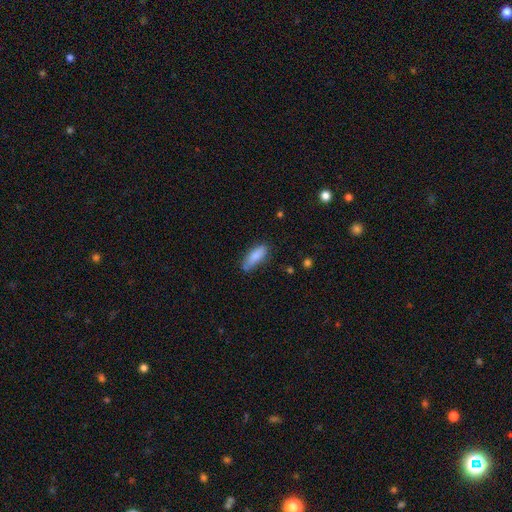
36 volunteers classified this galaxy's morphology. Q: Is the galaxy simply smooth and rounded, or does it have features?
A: smooth — 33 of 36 (92%).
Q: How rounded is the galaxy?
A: in between — 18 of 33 (55%).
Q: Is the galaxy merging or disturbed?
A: none — 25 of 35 (71%).